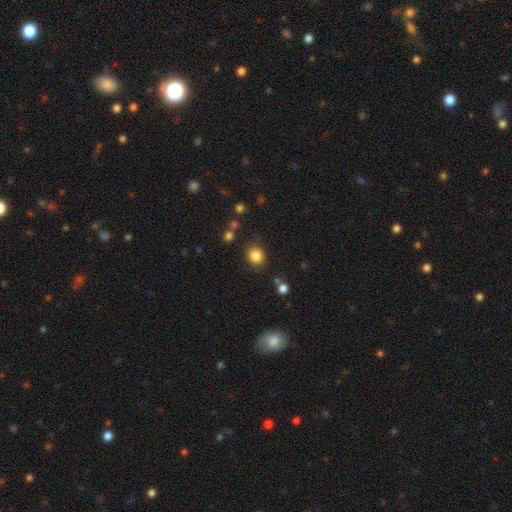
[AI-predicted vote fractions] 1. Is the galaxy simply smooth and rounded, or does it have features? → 84% smooth, 11% star or artifact, 5% featured or disk.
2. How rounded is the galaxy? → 76% round, 24% in between, 1% cigar-shaped.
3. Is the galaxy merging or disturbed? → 83% none, 10% minor disturbance, 4% merger, 4% major disturbance.